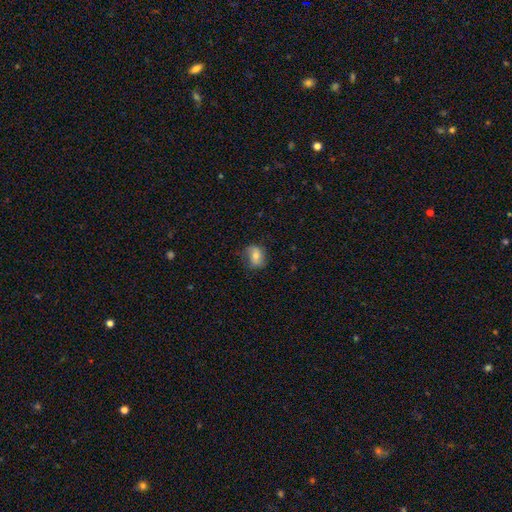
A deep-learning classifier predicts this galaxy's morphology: smooth 67%, featured or disk 25%, star or artifact 9%. Down the decision tree: how rounded — in between (59%); merging — none (74%).